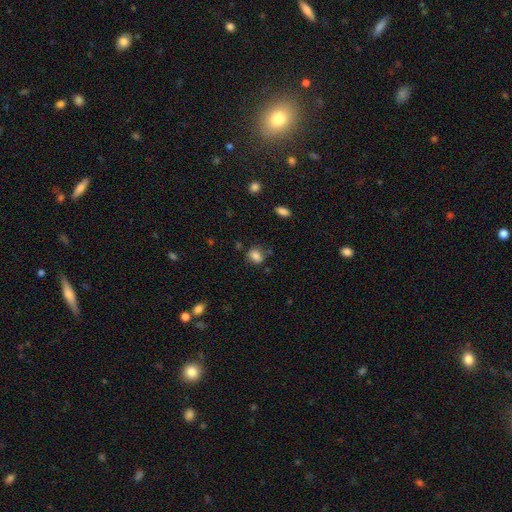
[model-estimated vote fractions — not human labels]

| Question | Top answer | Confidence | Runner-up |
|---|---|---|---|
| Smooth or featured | smooth | 82% | star or artifact (11%) |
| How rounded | in between | 54% | round (45%) |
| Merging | none | 73% | minor disturbance (17%) |